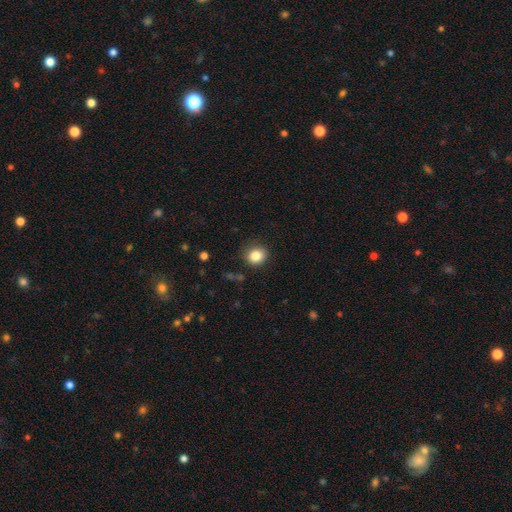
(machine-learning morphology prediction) Overall: smooth (84%). How rounded: round (78%). Merging: none (85%).